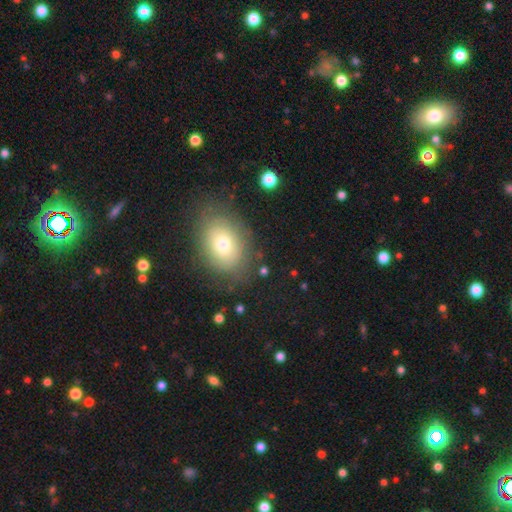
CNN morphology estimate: Smooth or featured?
  - smooth: 60% *
  - star or artifact: 25%
  - featured or disk: 15%
How rounded?
  - in between: 77% *
  - round: 22%
  - cigar-shaped: 2%
Merging?
  - none: 86% *
  - minor disturbance: 9%
  - major disturbance: 3%
  - merger: 2%